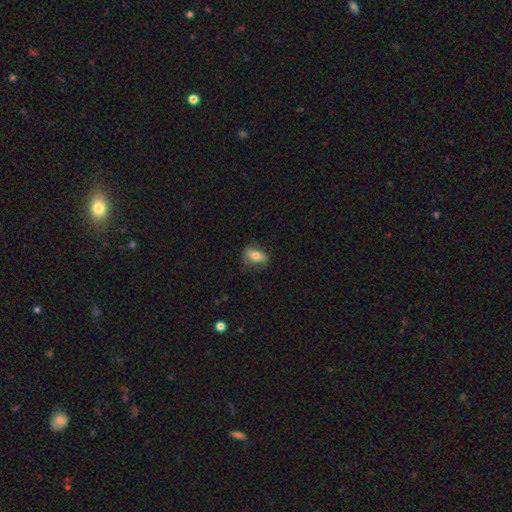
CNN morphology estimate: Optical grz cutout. It shows a smooth galaxy with no disk features (66%) that is in between round and cigar-shaped (81%). Merging: none (65%).